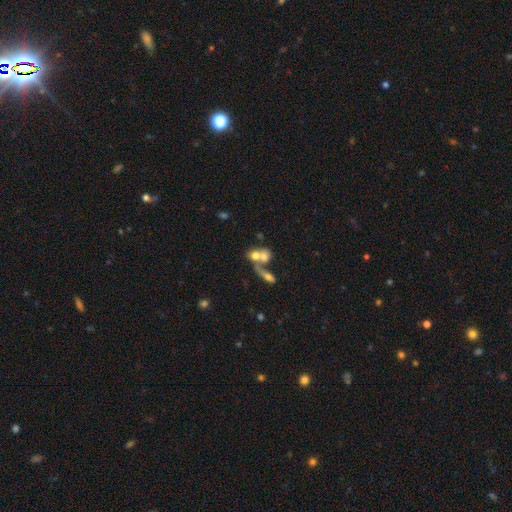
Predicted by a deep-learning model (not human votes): Q: Smooth or featured?
A: smooth (61%); runner-up: featured or disk (28%)
Q: How rounded?
A: round (53%); runner-up: in between (42%)
Q: Merging?
A: merger (67%); runner-up: none (20%)